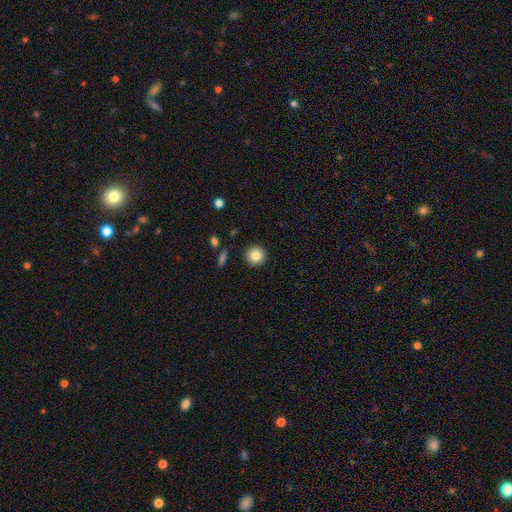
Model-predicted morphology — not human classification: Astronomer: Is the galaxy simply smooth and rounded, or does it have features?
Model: smooth — 84%.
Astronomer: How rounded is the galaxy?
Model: round — 95%.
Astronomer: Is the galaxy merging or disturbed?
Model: none — 92%.